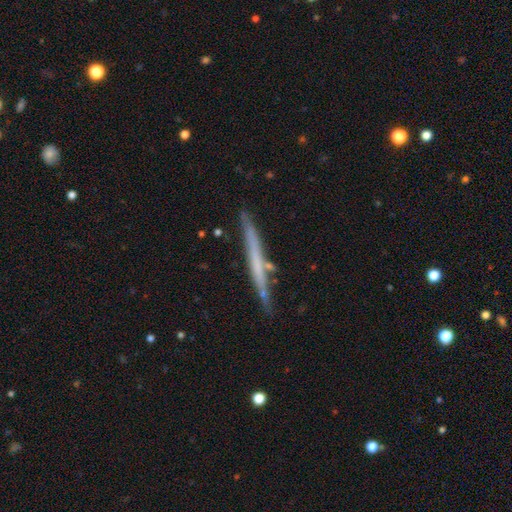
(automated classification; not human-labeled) Q: Smooth or featured?
A: featured or disk (55%); runner-up: smooth (38%)
Q: Edge-on disk?
A: yes (95%); runner-up: no (5%)
Q: Edge-on bulge?
A: none (88%); runner-up: rounded (7%)
Q: Merging?
A: none (80%); runner-up: minor disturbance (14%)